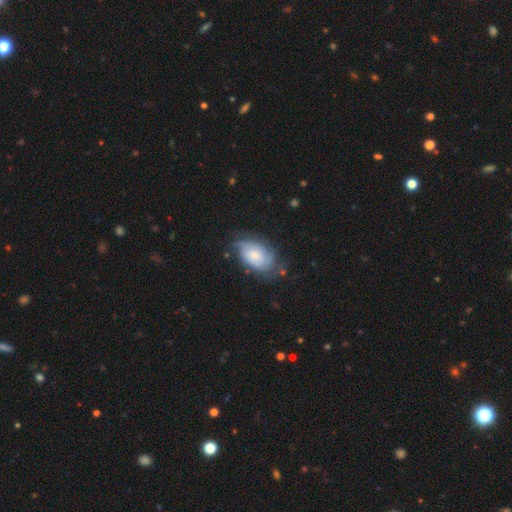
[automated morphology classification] Smooth or featured? Predicted: featured or disk (p=0.56). Edge-on disk? Predicted: no (p=0.95). Bar? Predicted: no (p=0.70). Spiral arms? Predicted: yes (p=0.82). Bulge size? Predicted: small (p=0.43). Merging? Predicted: none (p=0.52).